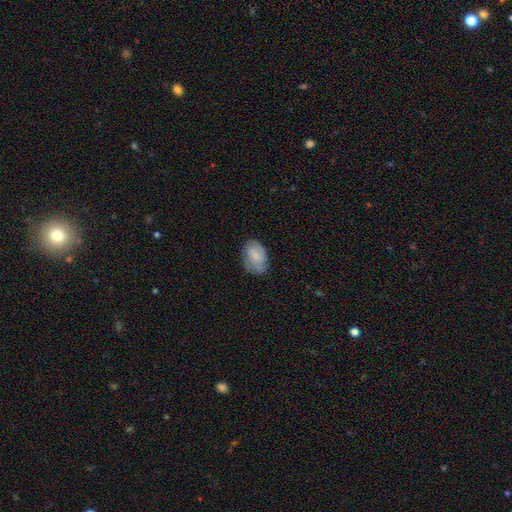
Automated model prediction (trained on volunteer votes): smooth-or-featured: smooth: 62% | featured or disk: 31% | star or artifact: 7%
  how-rounded: in between: 86% | round: 13% | cigar-shaped: 1%
  merging: none: 66% | minor disturbance: 26% | major disturbance: 7% | merger: 1%